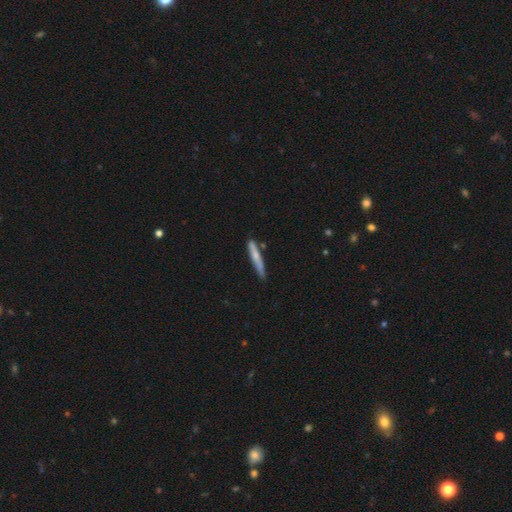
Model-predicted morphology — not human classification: A smooth galaxy with no disk features (58%) that is cigar-shaped (94%).

Vote fractions:
- Smooth or featured? smooth: 58% / featured or disk: 36% / star or artifact: 6%
- How rounded? cigar-shaped: 94% / in between: 5% / round: 2%
- Merging? none: 77% / minor disturbance: 17% / merger: 4% / major disturbance: 3%